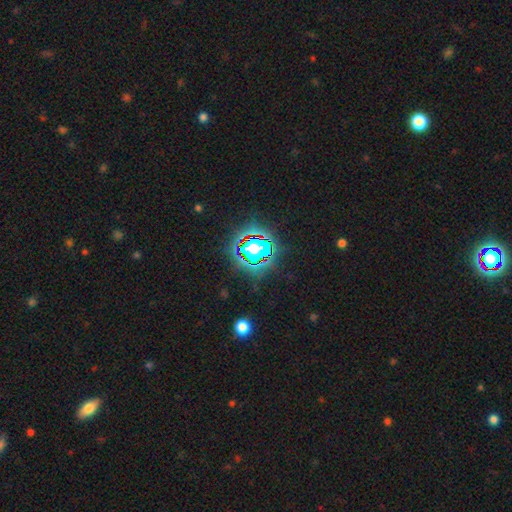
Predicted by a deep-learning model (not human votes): Smooth or featured?
  - star or artifact: 81% *
  - smooth: 12%
  - featured or disk: 8%